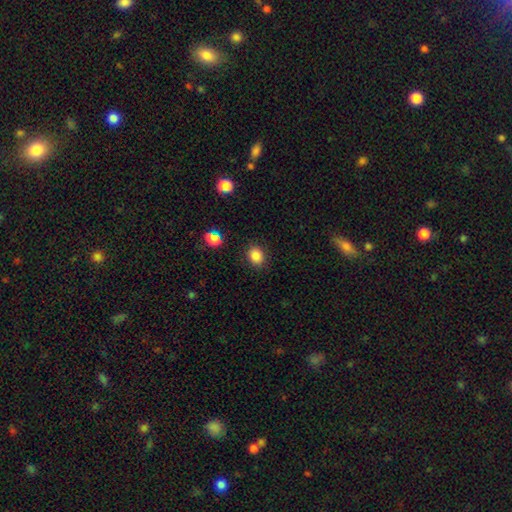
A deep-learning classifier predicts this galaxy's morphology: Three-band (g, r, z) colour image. It shows a smooth galaxy with no disk features (86%) that is round (52%). Merging: none (87%).